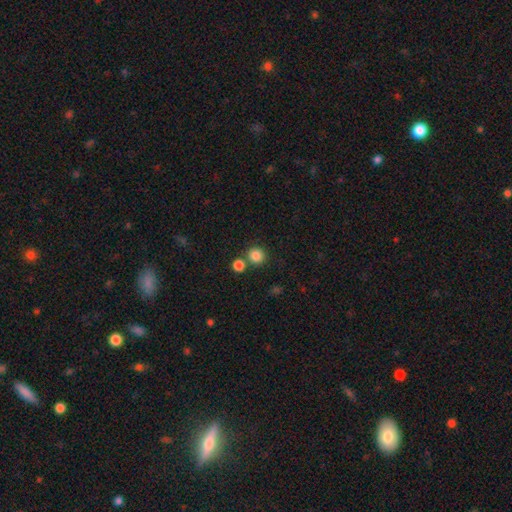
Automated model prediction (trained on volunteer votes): Smooth or featured?
  - smooth: 84% *
  - star or artifact: 11%
  - featured or disk: 5%
How rounded?
  - round: 92% *
  - in between: 8%
  - cigar-shaped: 1%
Merging?
  - none: 73% *
  - merger: 17%
  - minor disturbance: 7%
  - major disturbance: 3%